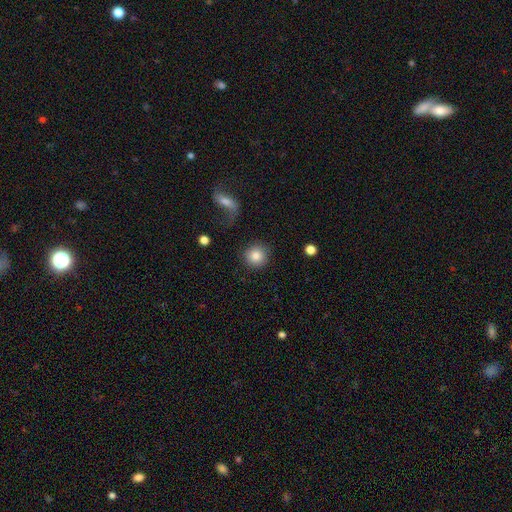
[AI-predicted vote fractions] A smooth galaxy with no disk features (85%) that is round (92%). Merging: none (86%).